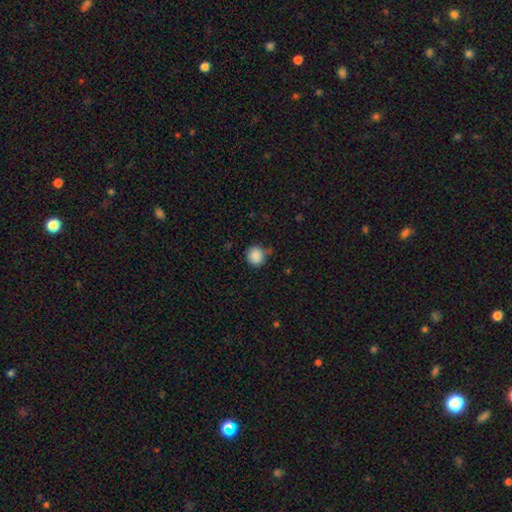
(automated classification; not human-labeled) The model was most divided on "merging": none: 70%, minor disturbance: 21%, major disturbance: 4%, merger: 4%. More confident: smooth or featured — smooth (87%); how rounded — round (85%).